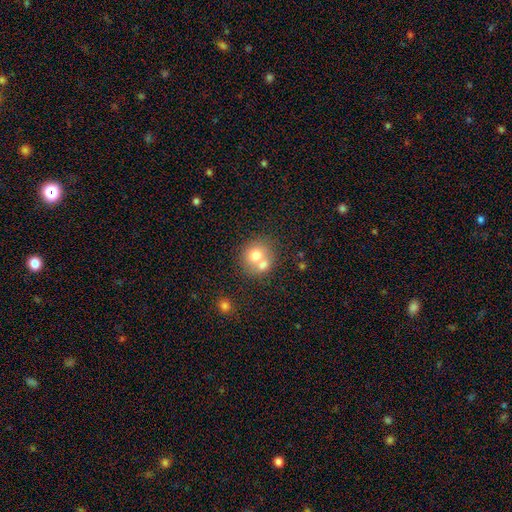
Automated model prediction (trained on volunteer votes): smooth-or-featured: smooth: 70% | featured or disk: 20% | star or artifact: 10%
  how-rounded: round: 79% | in between: 20% | cigar-shaped: 1%
  merging: merger: 51% | none: 38% | minor disturbance: 8% | major disturbance: 3%